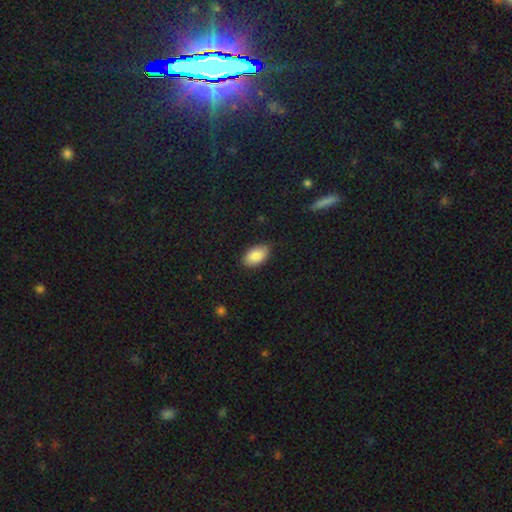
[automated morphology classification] A smooth galaxy with no disk features (87%) that is in between round and cigar-shaped (94%). Merging: none (84%).